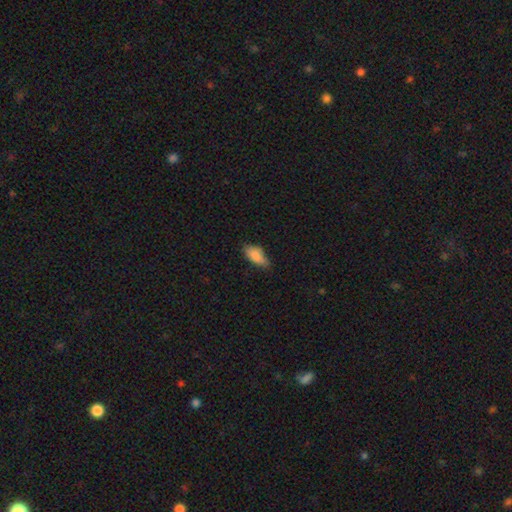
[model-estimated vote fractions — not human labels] Q: Smooth or featured?
A: smooth (85%); runner-up: featured or disk (8%)
Q: How rounded?
A: in between (87%); runner-up: cigar-shaped (11%)
Q: Merging?
A: none (69%); runner-up: minor disturbance (26%)